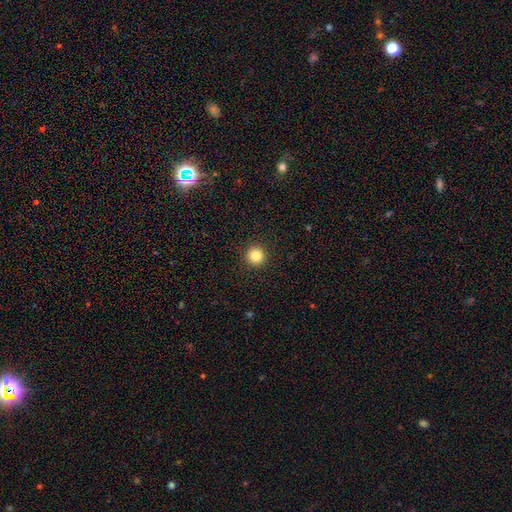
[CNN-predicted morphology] This is clearly a smooth galaxy (84%). How rounded: clearly round (96%). Merging: clearly none (93%).